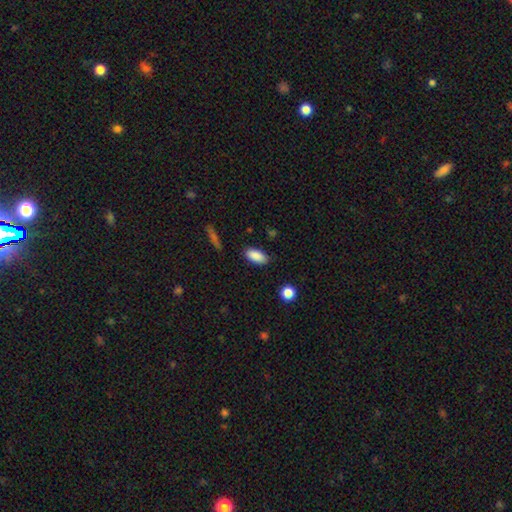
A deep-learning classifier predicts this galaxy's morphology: A smooth galaxy with no disk features (88%) that is in between round and cigar-shaped (89%).

Vote fractions:
- Smooth or featured? smooth: 88% / star or artifact: 8% / featured or disk: 4%
- How rounded? in between: 89% / cigar-shaped: 8% / round: 3%
- Merging? none: 85% / minor disturbance: 11% / major disturbance: 2% / merger: 2%